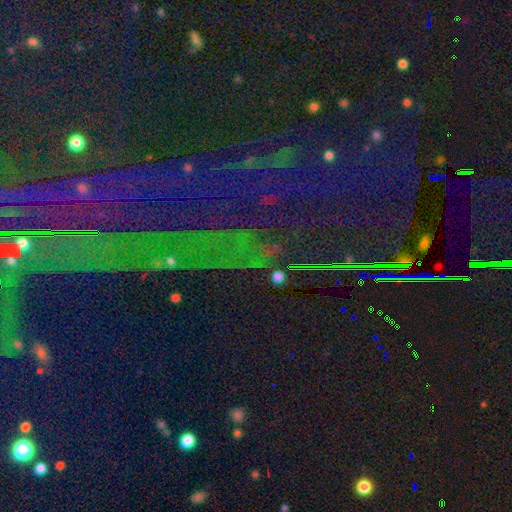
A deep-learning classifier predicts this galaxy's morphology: A star or artifact, not a galaxy (85%).

Vote fractions:
- Smooth or featured? star or artifact: 85% / smooth: 8% / featured or disk: 7%